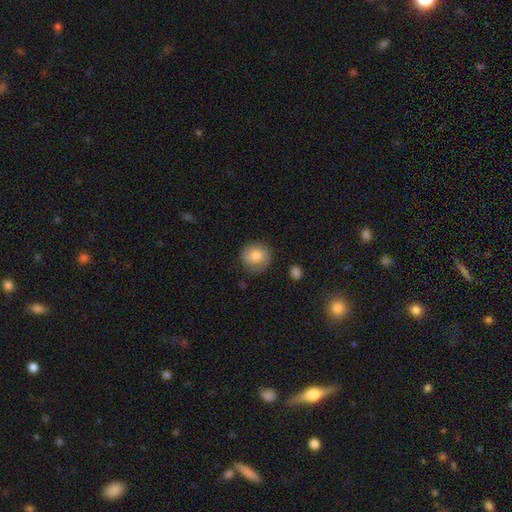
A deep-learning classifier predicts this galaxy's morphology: Smooth or featured? Predicted: smooth (p=0.79). How rounded? Predicted: round (p=0.88). Merging? Predicted: none (p=0.79).